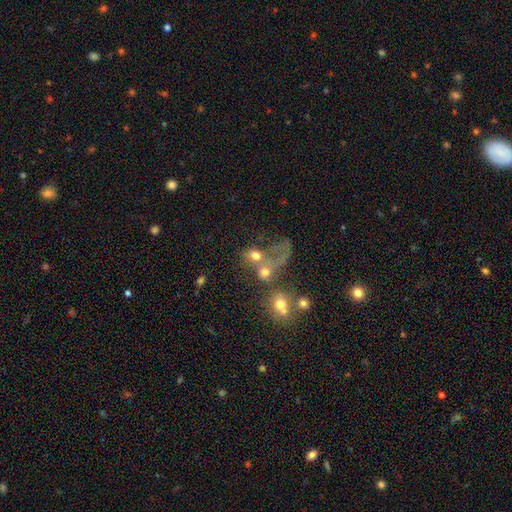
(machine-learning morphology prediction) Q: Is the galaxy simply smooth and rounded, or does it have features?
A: smooth — 58%.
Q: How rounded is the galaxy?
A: round — 60%.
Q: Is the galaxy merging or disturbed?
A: merger — 56%.